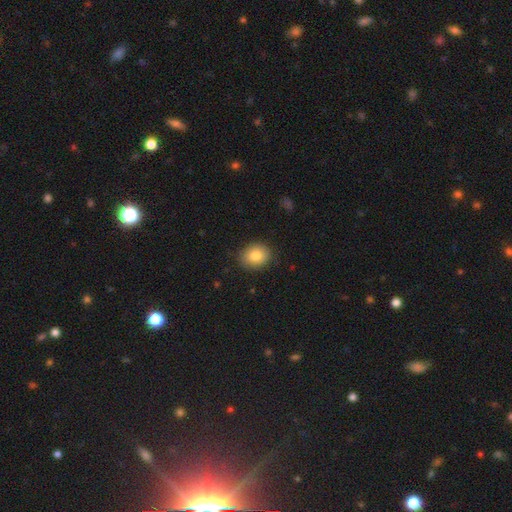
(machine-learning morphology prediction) Overall: smooth (82%). How rounded: round (55%; in between 44%). Merging: none (86%).